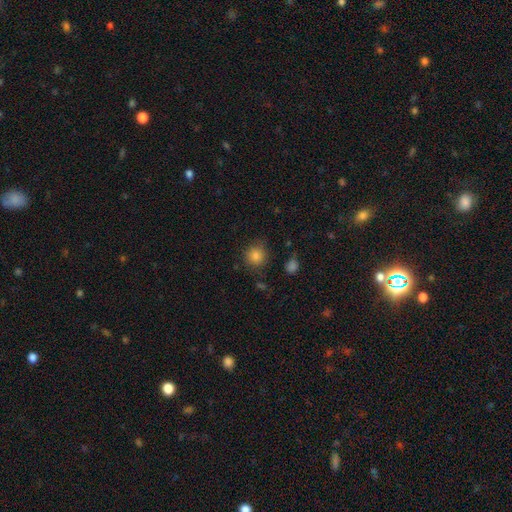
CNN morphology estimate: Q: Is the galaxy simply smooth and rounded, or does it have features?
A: smooth — 82%.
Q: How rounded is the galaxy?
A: round — 89%.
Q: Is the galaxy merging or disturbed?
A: none — 80%.